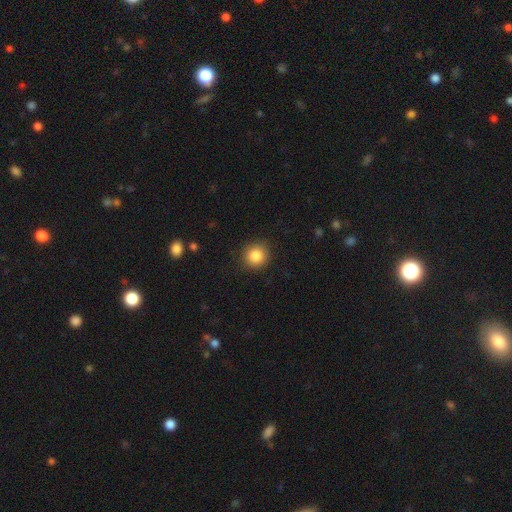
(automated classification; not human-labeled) smooth_or_featured: smooth (p=0.85) [alt: star or artifact p=0.10]
how_rounded: round (p=0.90) [alt: in between p=0.09]
merging: none (p=0.89) [alt: minor disturbance p=0.08]